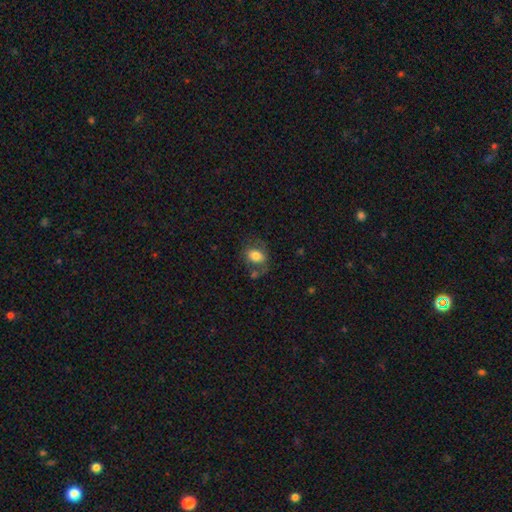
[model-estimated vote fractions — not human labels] Smooth or featured? smooth (75%)
How rounded? in between (70%)
Merging? none (55%)